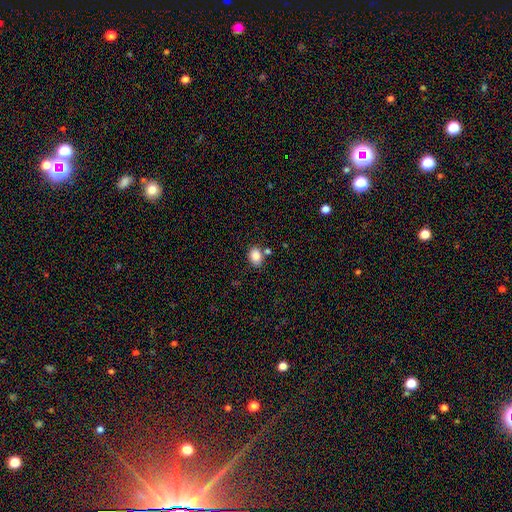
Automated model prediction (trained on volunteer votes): This appears to be a smooth galaxy with no disk features (85%) that is in between round and cigar-shaped (66%). Merging: none (71%).